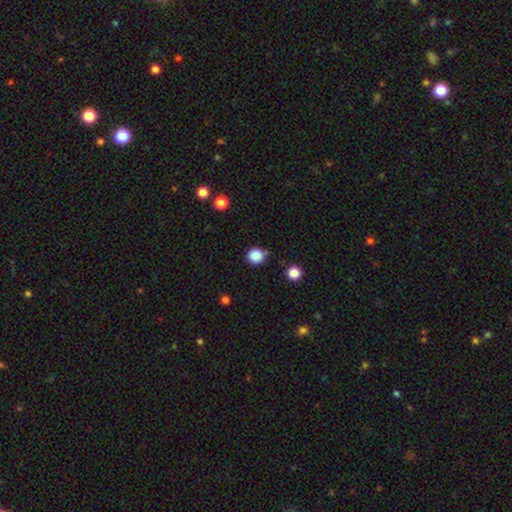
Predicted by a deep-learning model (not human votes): smooth_or_featured: smooth (p=0.86) [alt: star or artifact p=0.11]
how_rounded: round (p=0.92) [alt: in between p=0.07]
merging: none (p=0.85) [alt: minor disturbance p=0.09]